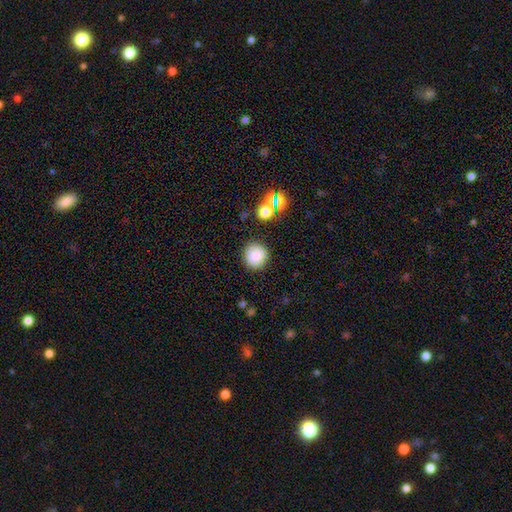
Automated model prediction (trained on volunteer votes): A smooth galaxy with no disk features (84%) that is round (92%). Merging: none (87%).